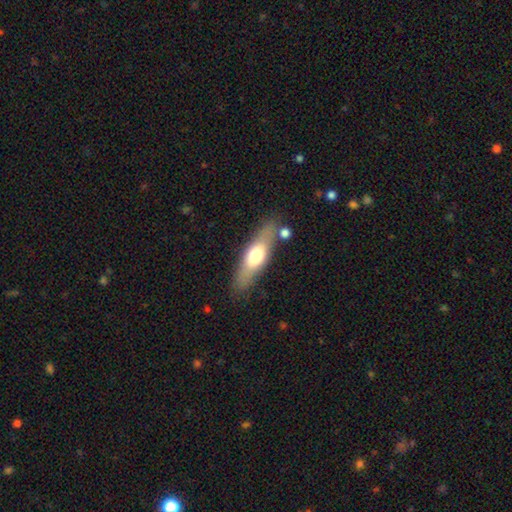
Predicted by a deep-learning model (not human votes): smooth-or-featured: smooth: 55% | featured or disk: 39% | star or artifact: 6%
  how-rounded: cigar-shaped: 58% | in between: 39% | round: 3%
  merging: none: 78% | minor disturbance: 13% | merger: 6% | major disturbance: 3%